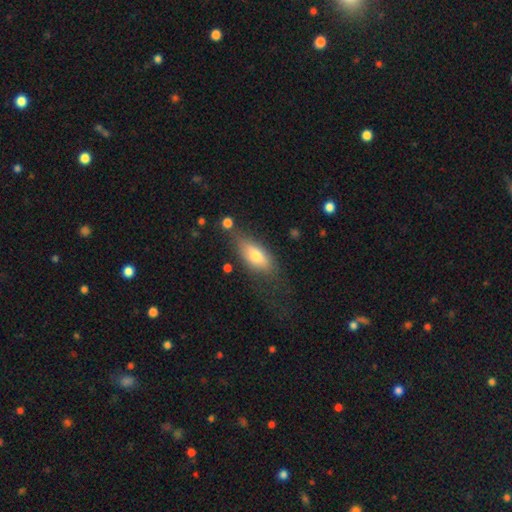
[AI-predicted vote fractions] A smooth galaxy with no disk features (71%) that is in between round and cigar-shaped (80%).

Vote fractions:
- Smooth or featured? smooth: 71% / featured or disk: 22% / star or artifact: 7%
- How rounded? in between: 80% / cigar-shaped: 17% / round: 3%
- Merging? none: 59% / minor disturbance: 24% / major disturbance: 12% / merger: 5%